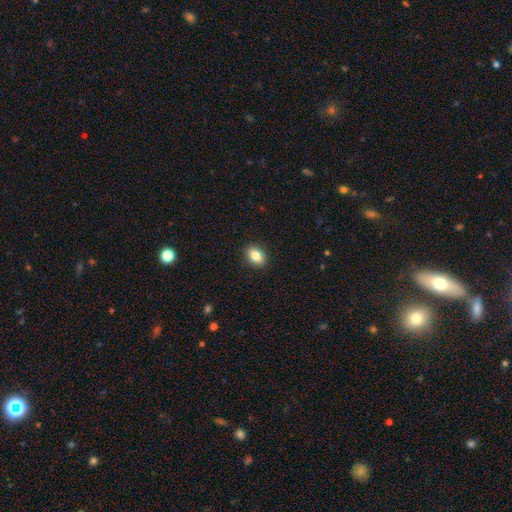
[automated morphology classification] Q: Smooth or featured?
A: smooth (84%); runner-up: star or artifact (9%)
Q: How rounded?
A: in between (78%); runner-up: round (21%)
Q: Merging?
A: none (90%); runner-up: minor disturbance (7%)